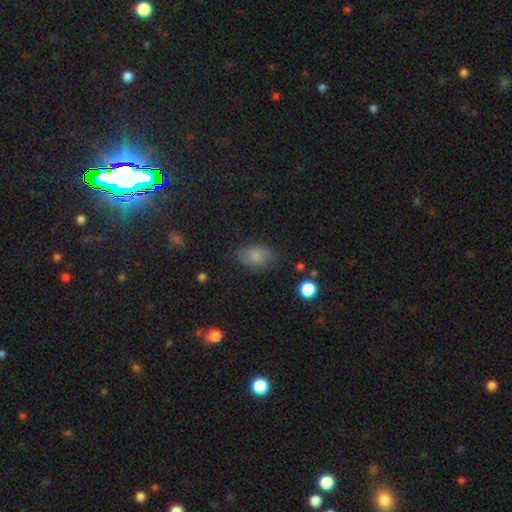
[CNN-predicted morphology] smooth 64%, featured or disk 24%, star or artifact 12%. Down the decision tree: how rounded — in between (82%); merging — none (66%).